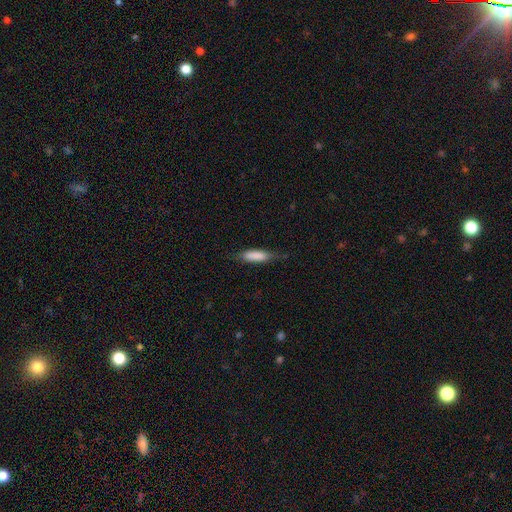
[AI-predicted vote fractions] Smooth or featured: smooth — 80% (featured or disk — 14%)
How rounded: cigar-shaped — 61% (in between — 37%)
Merging: none — 72% (minor disturbance — 21%)